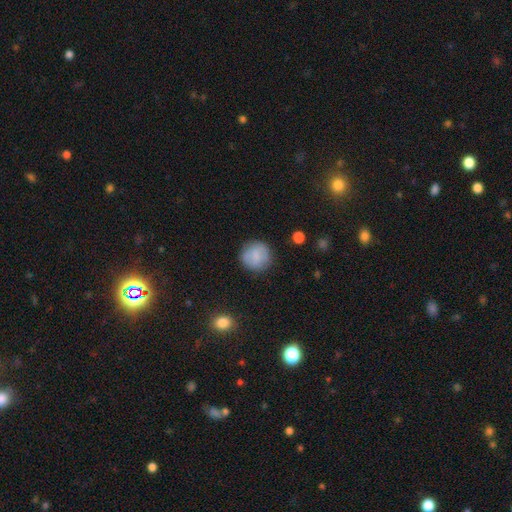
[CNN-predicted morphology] A smooth galaxy with no disk features (78%) that is round (91%).

Vote fractions:
- Smooth or featured? smooth: 78% / featured or disk: 15% / star or artifact: 8%
- How rounded? round: 91% / in between: 8% / cigar-shaped: 1%
- Merging? none: 84% / minor disturbance: 11% / major disturbance: 4% / merger: 1%